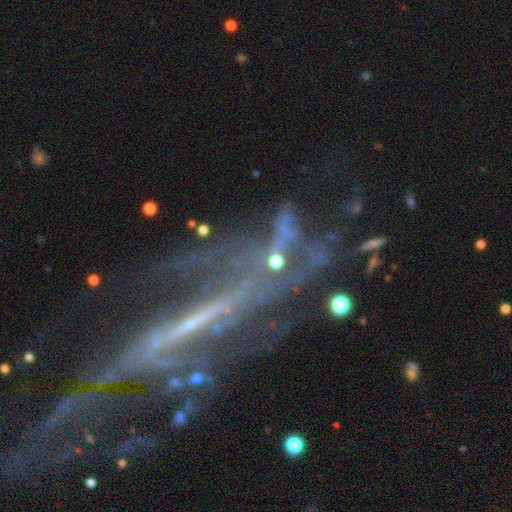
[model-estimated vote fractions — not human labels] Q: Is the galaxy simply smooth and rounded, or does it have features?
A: featured or disk — 72%.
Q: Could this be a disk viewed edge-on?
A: no — 81%.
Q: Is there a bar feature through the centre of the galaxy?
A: strong — 47%.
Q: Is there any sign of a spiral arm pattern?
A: yes — 65%.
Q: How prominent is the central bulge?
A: none — 41%.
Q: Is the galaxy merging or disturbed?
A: none — 40%.